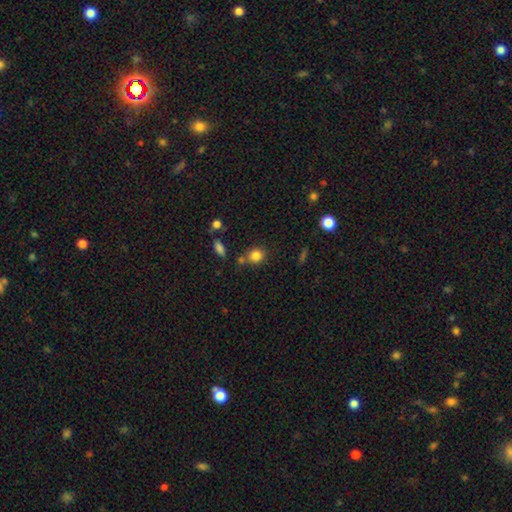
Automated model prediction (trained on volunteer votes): Q: Smooth or featured?
A: smooth (83%); runner-up: star or artifact (11%)
Q: How rounded?
A: round (76%); runner-up: in between (22%)
Q: Merging?
A: none (68%); runner-up: merger (14%)